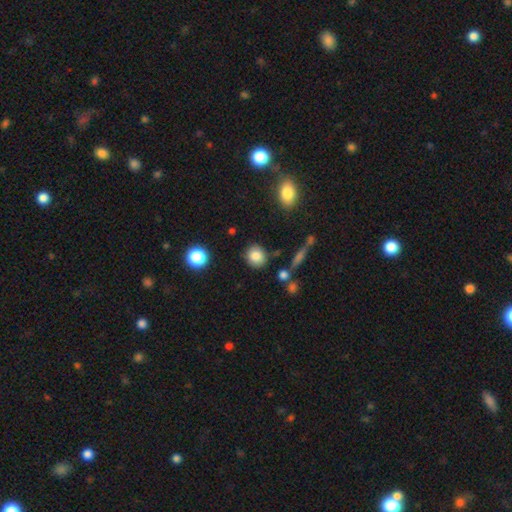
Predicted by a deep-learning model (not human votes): smooth_or_featured: smooth (p=0.83) [alt: star or artifact p=0.10]
how_rounded: round (p=0.79) [alt: in between p=0.20]
merging: none (p=0.84) [alt: minor disturbance p=0.10]